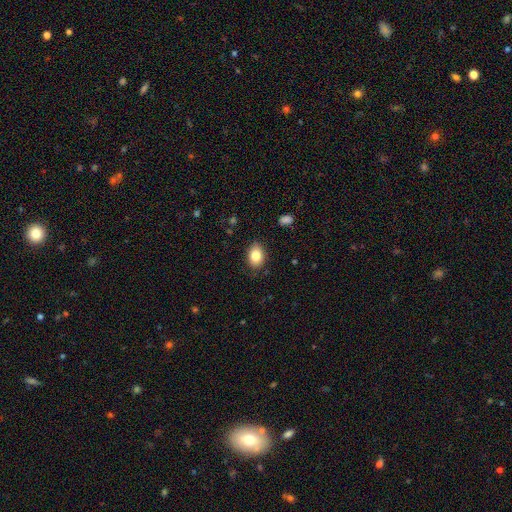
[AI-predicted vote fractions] This is clearly a smooth galaxy (84%). How rounded: likely in between (77%). Merging: clearly none (84%).